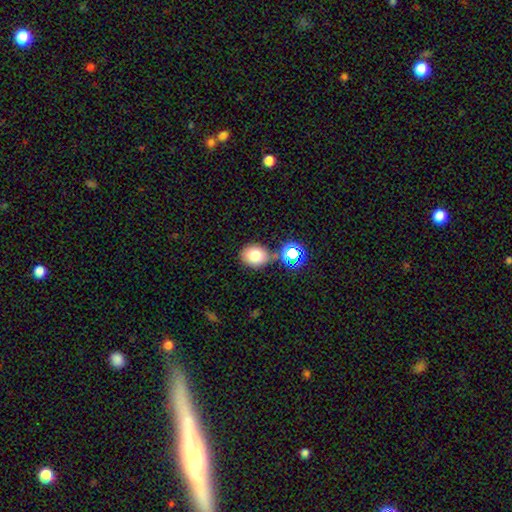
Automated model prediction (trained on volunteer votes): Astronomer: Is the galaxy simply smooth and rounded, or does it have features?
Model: smooth — 76%.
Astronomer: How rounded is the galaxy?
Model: round — 62%.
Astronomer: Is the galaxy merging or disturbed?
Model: none — 76%.